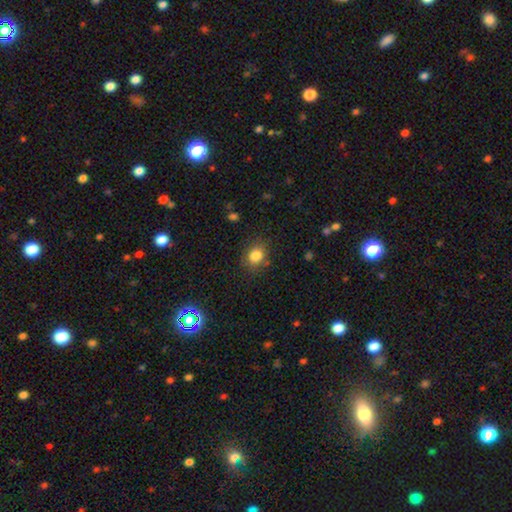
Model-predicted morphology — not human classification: Q: Smooth or featured?
A: smooth (83%); runner-up: star or artifact (11%)
Q: How rounded?
A: round (59%); runner-up: in between (40%)
Q: Merging?
A: none (79%); runner-up: minor disturbance (14%)